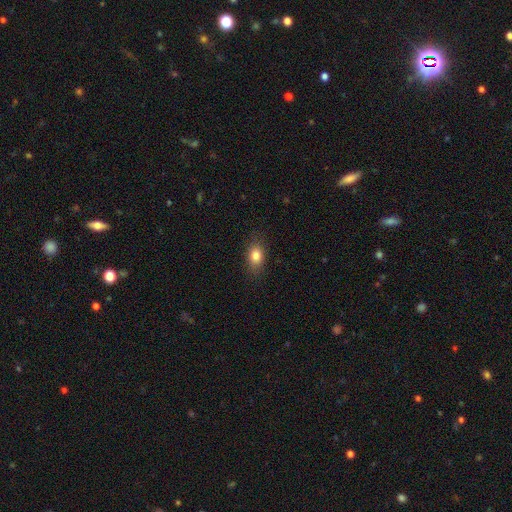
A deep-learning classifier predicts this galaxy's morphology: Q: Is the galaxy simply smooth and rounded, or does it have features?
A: smooth — 83%.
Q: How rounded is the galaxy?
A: in between — 80%.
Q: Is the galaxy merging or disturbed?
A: none — 84%.